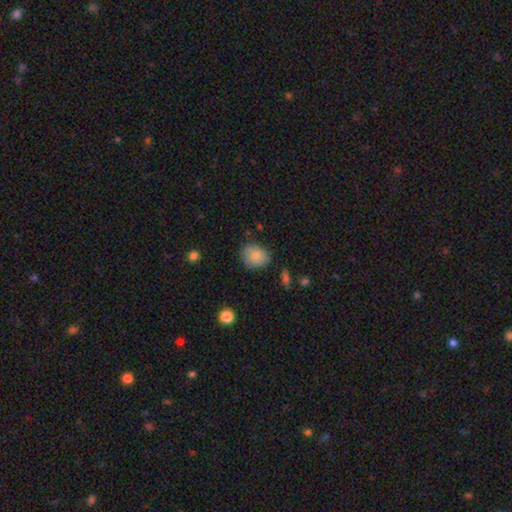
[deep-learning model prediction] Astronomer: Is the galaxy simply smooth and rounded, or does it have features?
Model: smooth — 83%.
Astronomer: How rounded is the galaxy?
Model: round — 52% (runner-up: in between, 47%).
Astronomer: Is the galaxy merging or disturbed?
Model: none — 73%.